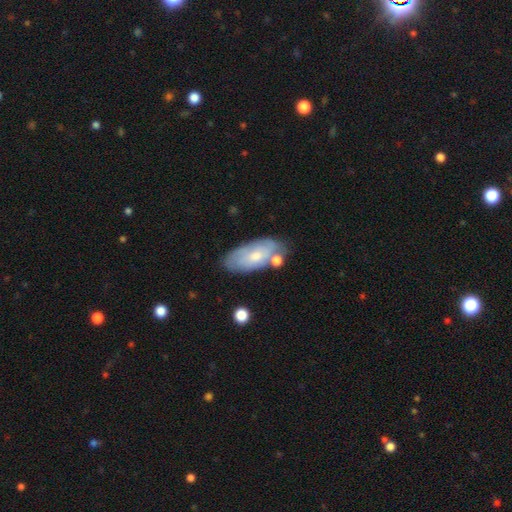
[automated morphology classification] Smooth or featured?
  - smooth: 57% *
  - featured or disk: 37%
  - star or artifact: 6%
How rounded?
  - in between: 89% *
  - cigar-shaped: 8%
  - round: 3%
Merging?
  - none: 63% *
  - minor disturbance: 21%
  - merger: 10%
  - major disturbance: 6%